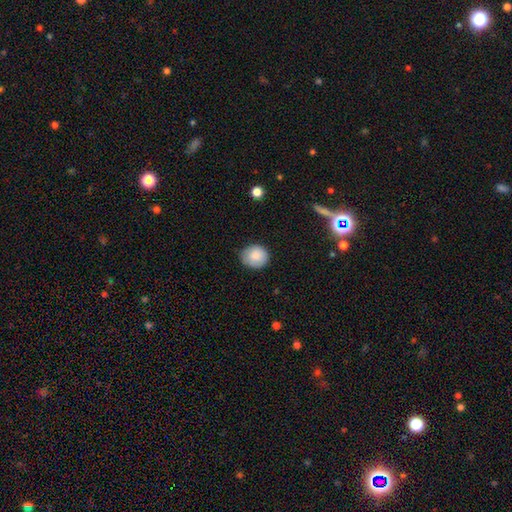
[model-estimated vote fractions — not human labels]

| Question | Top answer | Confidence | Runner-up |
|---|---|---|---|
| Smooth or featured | smooth | 85% | star or artifact (8%) |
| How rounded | round | 77% | in between (22%) |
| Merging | none | 78% | minor disturbance (18%) |